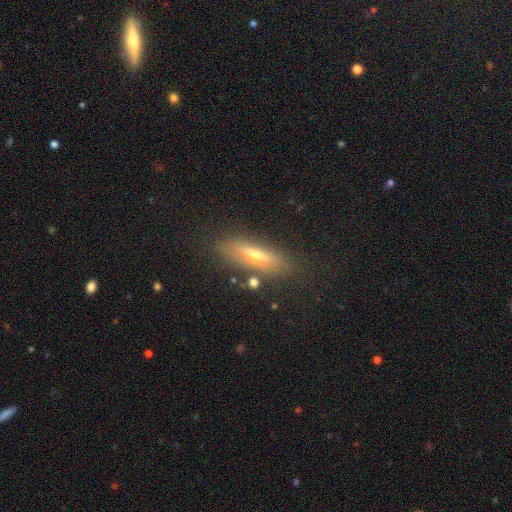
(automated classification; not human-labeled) A featured or disk galaxy (49%). Merging: none (79%).